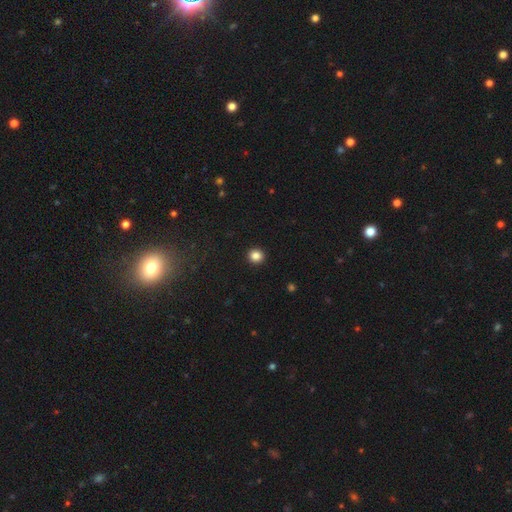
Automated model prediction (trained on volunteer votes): Smooth or featured? Predicted: smooth (p=0.85). How rounded? Predicted: round (p=0.91). Merging? Predicted: none (p=0.93).